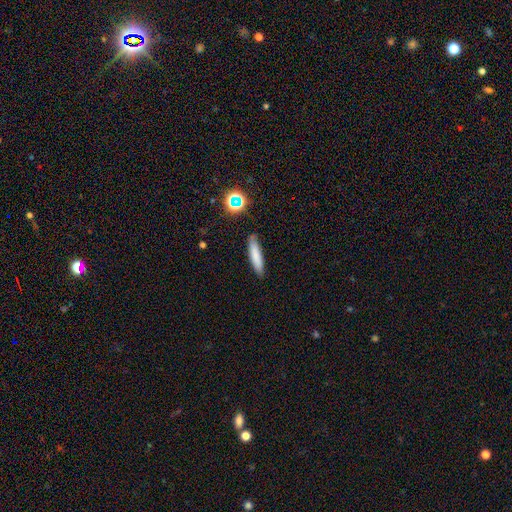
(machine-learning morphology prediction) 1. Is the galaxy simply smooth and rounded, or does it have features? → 78% smooth, 13% featured or disk, 9% star or artifact.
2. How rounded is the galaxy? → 83% cigar-shaped, 16% in between, 2% round.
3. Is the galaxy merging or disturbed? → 83% none, 13% minor disturbance, 3% major disturbance, 2% merger.